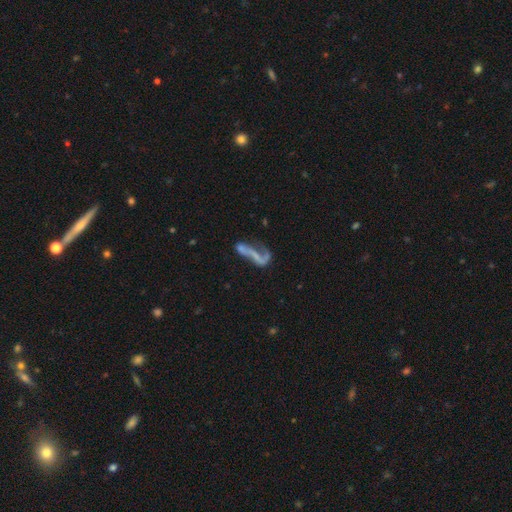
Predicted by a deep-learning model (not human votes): smooth-or-featured: featured or disk: 60% | smooth: 28% | star or artifact: 12%
  disk-edge-on: no: 89% | yes: 11%
    bar: no: 58% | strong: 22% | weak: 20%
    has-spiral-arms: yes: 52% | no: 48%
    bulge-size: none: 68% | small: 22% | moderate: 7% | large: 2% | dominant: 1%
  merging: major disturbance: 35% | none: 27% | merger: 23% | minor disturbance: 15%